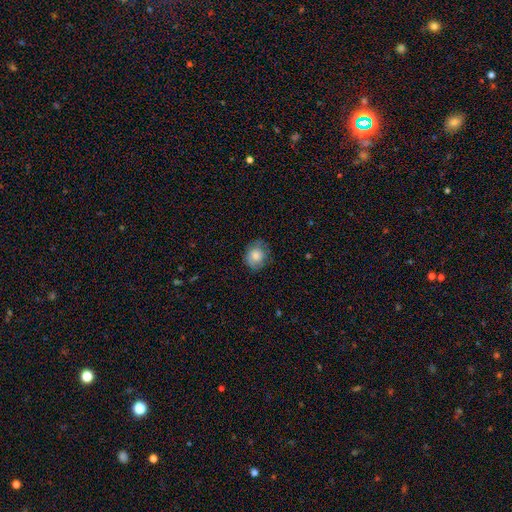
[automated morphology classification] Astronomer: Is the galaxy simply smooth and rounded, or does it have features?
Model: smooth — 77%.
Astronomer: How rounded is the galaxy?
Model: round — 63%.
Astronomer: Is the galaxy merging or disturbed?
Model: none — 70%.